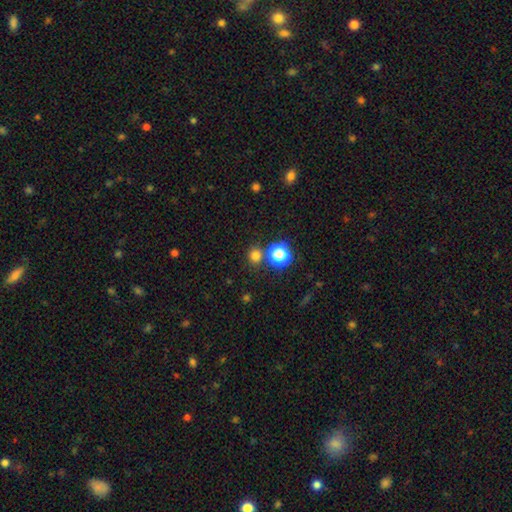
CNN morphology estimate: Smooth or featured? smooth (73%)
How rounded? round (88%)
Merging? none (78%)